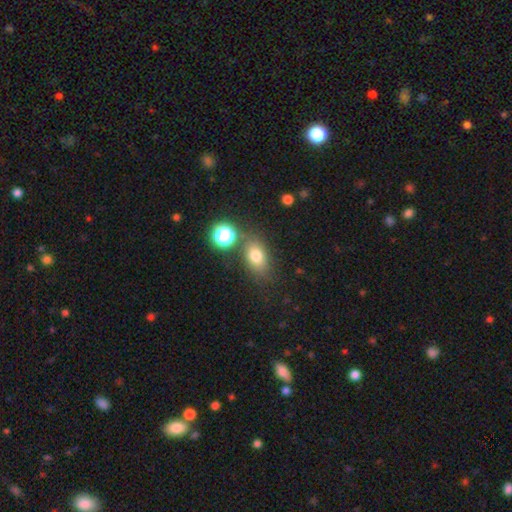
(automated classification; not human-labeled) smooth 74%, star or artifact 15%, featured or disk 11%. Down the decision tree: how rounded — in between (76%); merging — none (72%).